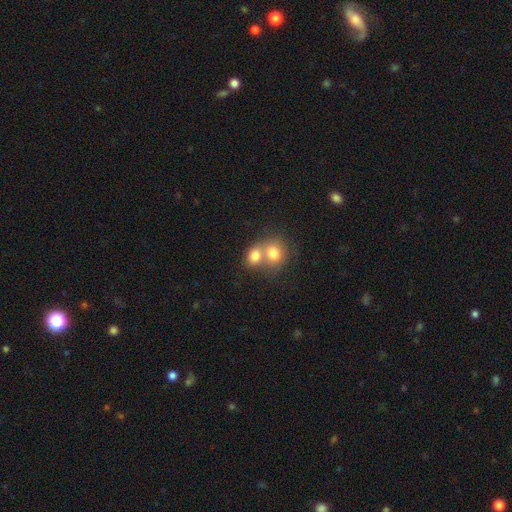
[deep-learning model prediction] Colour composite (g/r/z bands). It shows a smooth galaxy with no disk features (77%) that is round (65%). Merging: merger (67%).